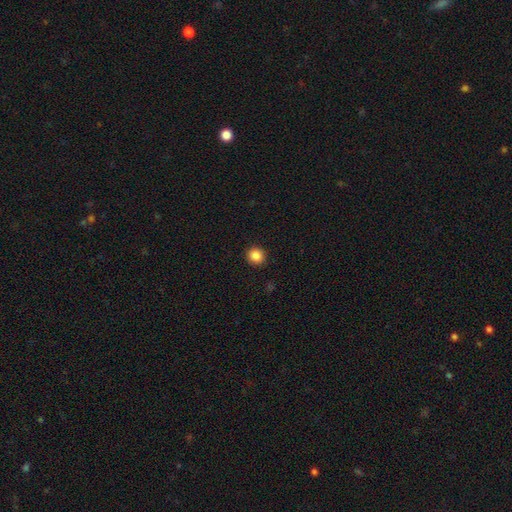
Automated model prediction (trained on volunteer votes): Smooth or featured? Predicted: smooth (p=0.86). How rounded? Predicted: round (p=0.89). Merging? Predicted: none (p=0.92).